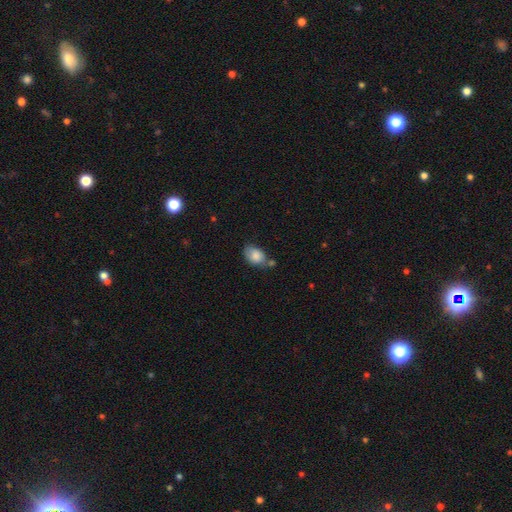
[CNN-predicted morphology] Smooth or featured?
  - smooth: 84% *
  - featured or disk: 8%
  - star or artifact: 7%
How rounded?
  - in between: 80% *
  - round: 19%
  - cigar-shaped: 1%
Merging?
  - none: 48% *
  - minor disturbance: 27%
  - merger: 18%
  - major disturbance: 7%